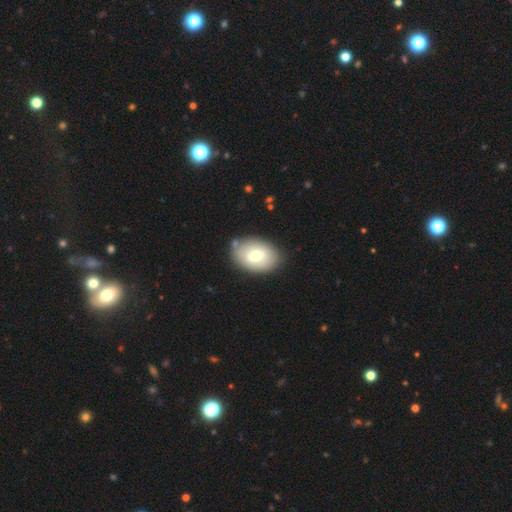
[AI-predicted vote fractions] Smooth or featured?
  - smooth: 70% *
  - featured or disk: 23%
  - star or artifact: 7%
How rounded?
  - in between: 88% *
  - round: 11%
  - cigar-shaped: 1%
Merging?
  - none: 81% *
  - minor disturbance: 12%
  - merger: 4%
  - major disturbance: 3%